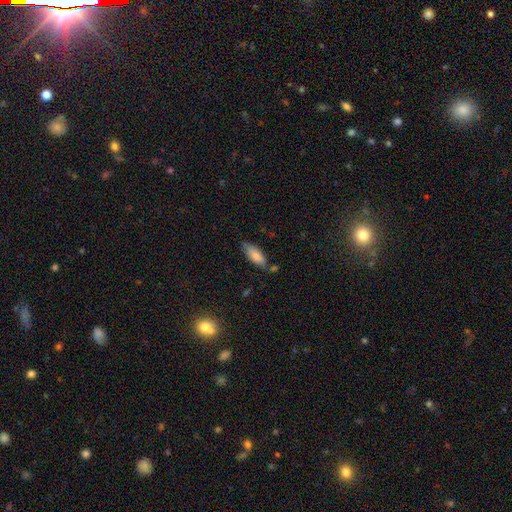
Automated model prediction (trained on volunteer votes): This is clearly a smooth galaxy (82%). How rounded: likely in between (72%). Merging: likely none (66%).